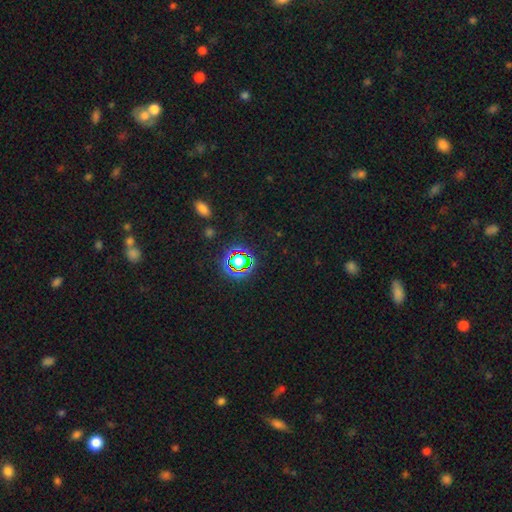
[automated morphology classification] Smooth or featured: star or artifact — 69% (smooth — 22%)